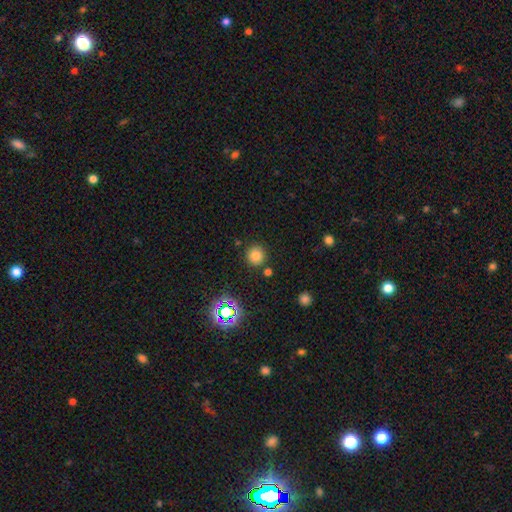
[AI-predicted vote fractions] A smooth galaxy with no disk features (76%) that is round (93%).

Vote fractions:
- Smooth or featured? smooth: 76% / star or artifact: 18% / featured or disk: 6%
- How rounded? round: 93% / in between: 6% / cigar-shaped: 1%
- Merging? none: 85% / minor disturbance: 7% / merger: 5% / major disturbance: 3%